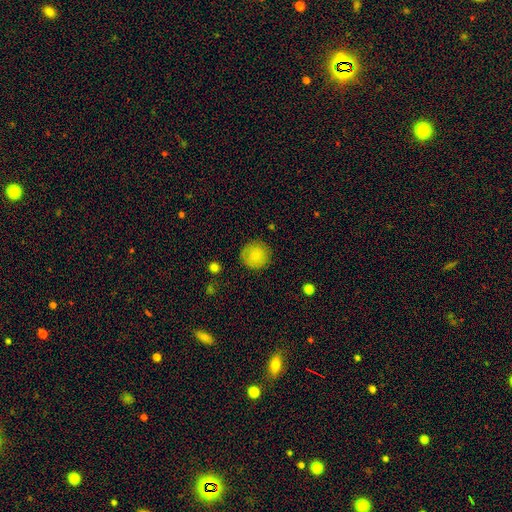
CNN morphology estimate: smooth-or-featured: smooth: 83% | featured or disk: 9% | star or artifact: 8%
  how-rounded: round: 94% | in between: 5% | cigar-shaped: 1%
  merging: none: 86% | minor disturbance: 10% | major disturbance: 3% | merger: 1%